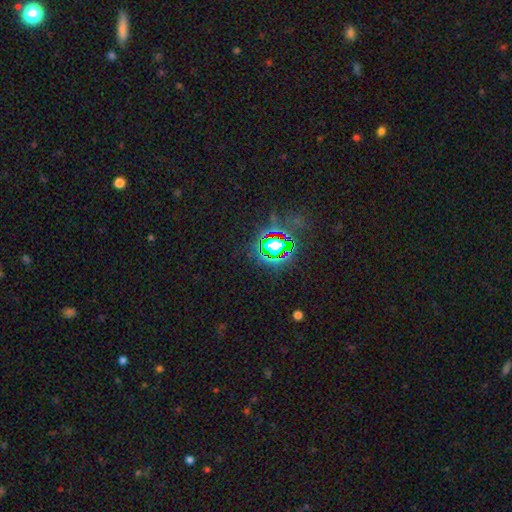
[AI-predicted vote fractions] A star or artifact, not a galaxy (83%).